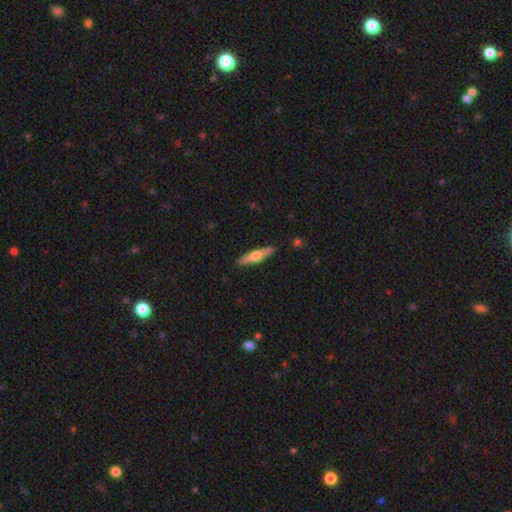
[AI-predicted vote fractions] smooth-or-featured: featured or disk: 54% | smooth: 40% | star or artifact: 5%
  disk-edge-on: yes: 95% | no: 5%
    edge-on-bulge: rounded: 92% | boxy: 4% | none: 3%
  merging: none: 90% | minor disturbance: 8% | major disturbance: 2% | merger: 1%